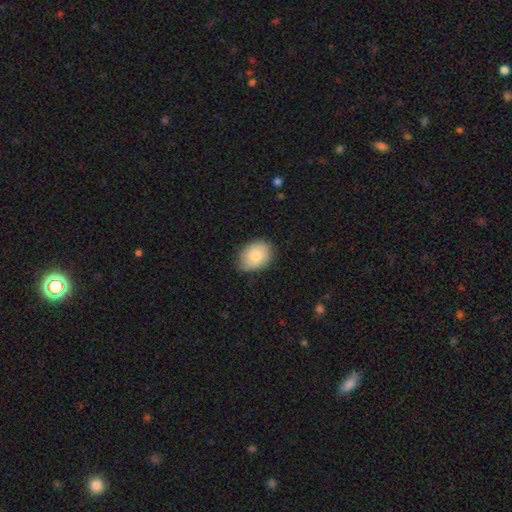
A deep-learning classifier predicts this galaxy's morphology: Smooth or featured: smooth — 82% (featured or disk — 11%)
How rounded: in between — 70% (round — 29%)
Merging: none — 79% (minor disturbance — 17%)